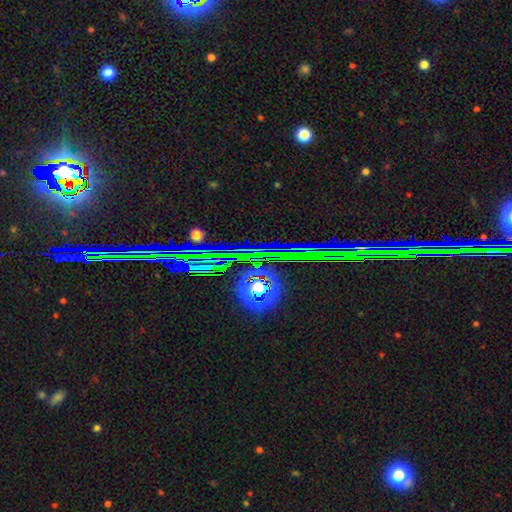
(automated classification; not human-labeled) Smooth or featured? Predicted: star or artifact (p=0.82).